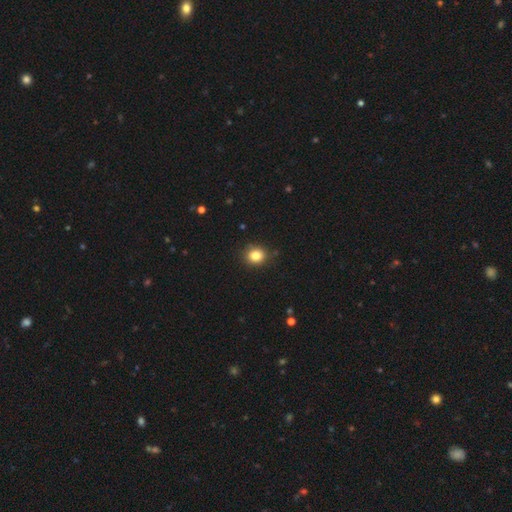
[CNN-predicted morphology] Smooth or featured: smooth — 83% (star or artifact — 11%)
How rounded: round — 78% (in between — 21%)
Merging: none — 88% (minor disturbance — 9%)